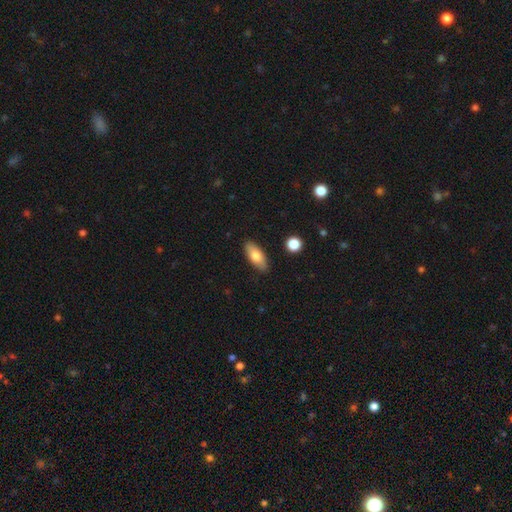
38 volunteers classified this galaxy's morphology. Smooth or featured: smooth — 76% (featured or disk — 21%)
How rounded: in between — 83% (cigar-shaped — 17%)
Merging: none — 86% (minor disturbance — 14%)